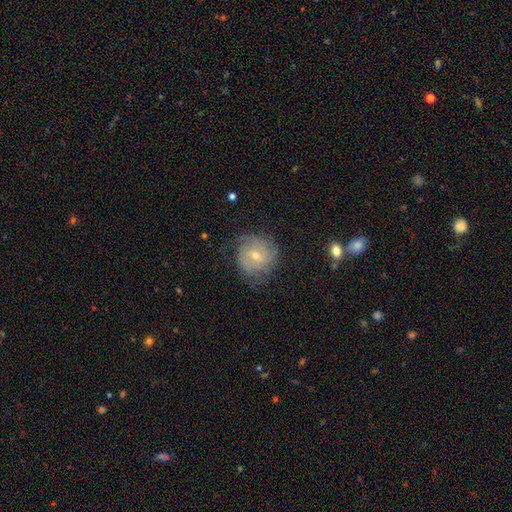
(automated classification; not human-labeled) smooth_or_featured: featured or disk (p=0.66) [alt: smooth p=0.25]
disk_edge_on: no (p=0.97) [alt: yes p=0.03]
bar: no (p=0.51) [alt: weak p=0.40]
has_spiral_arms: yes (p=0.87) [alt: no p=0.13]
spiral_winding: tight (p=0.59) [alt: medium p=0.30]
spiral_arm_count: can't tell (p=0.42) [alt: 2 p=0.29]
bulge_size: small (p=0.53) [alt: moderate p=0.44]
merging: none (p=0.68) [alt: minor disturbance p=0.21]